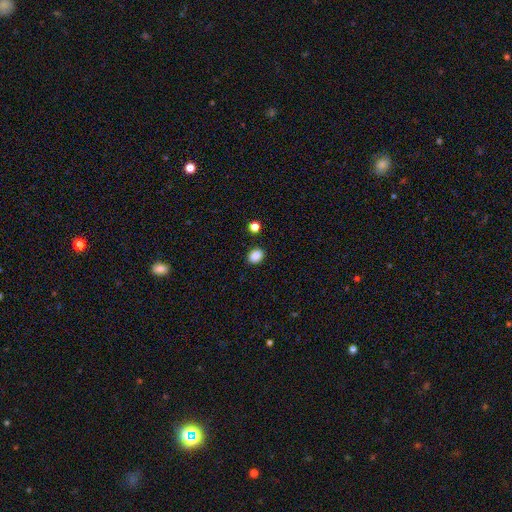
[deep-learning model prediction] This appears to be a smooth galaxy with no disk features (86%) that is in between round and cigar-shaped (59%). Merging: none (89%).